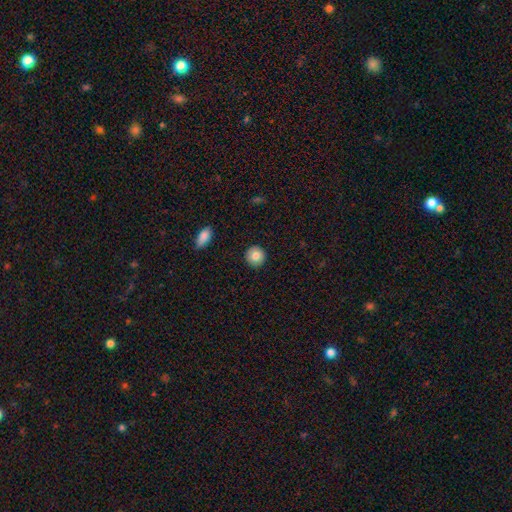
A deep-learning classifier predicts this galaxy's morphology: Overall: smooth (82%). How rounded: round (92%). Merging: none (91%).